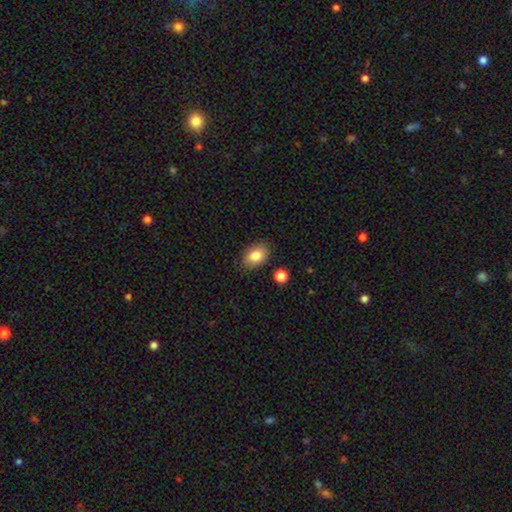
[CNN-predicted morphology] This is clearly a smooth galaxy (83%). How rounded: clearly in between (82%). Merging: clearly none (84%).